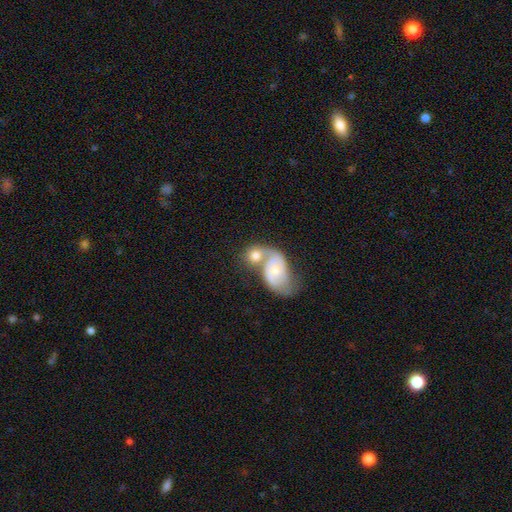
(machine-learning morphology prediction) type=smooth (48%); merging=merger (66%).